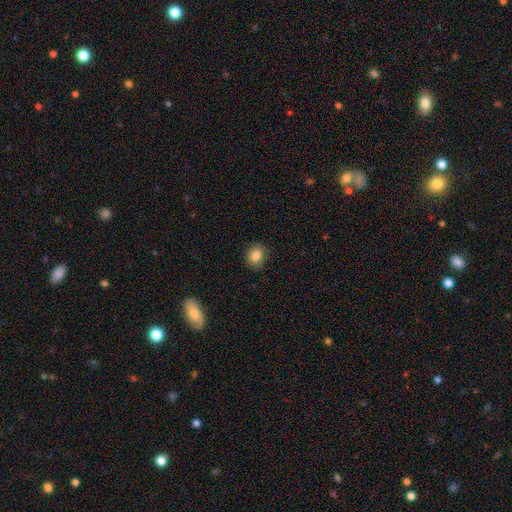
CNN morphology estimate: A smooth galaxy with no disk features (83%) that is round (65%).

Vote fractions:
- Smooth or featured? smooth: 83% / star or artifact: 10% / featured or disk: 7%
- How rounded? round: 65% / in between: 35% / cigar-shaped: 1%
- Merging? none: 85% / minor disturbance: 12% / major disturbance: 3% / merger: 1%